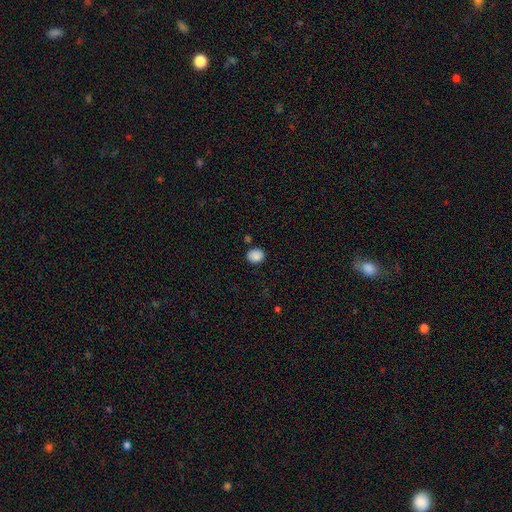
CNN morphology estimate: This appears to be a smooth galaxy with no disk features (87%) that is round (65%). Merging: none (82%).